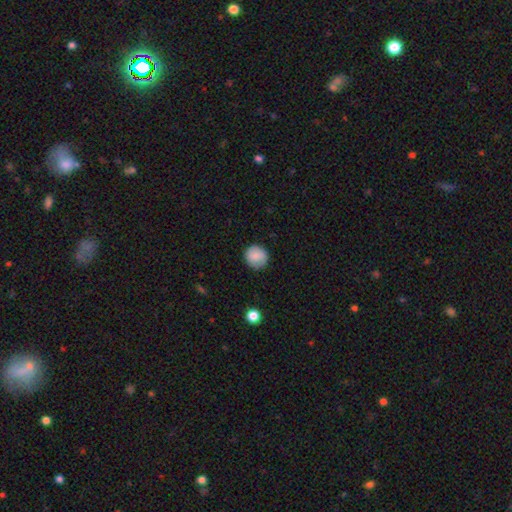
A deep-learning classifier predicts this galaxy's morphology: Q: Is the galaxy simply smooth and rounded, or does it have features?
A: smooth — 84%.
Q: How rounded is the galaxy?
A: round — 92%.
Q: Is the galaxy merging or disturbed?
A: none — 86%.